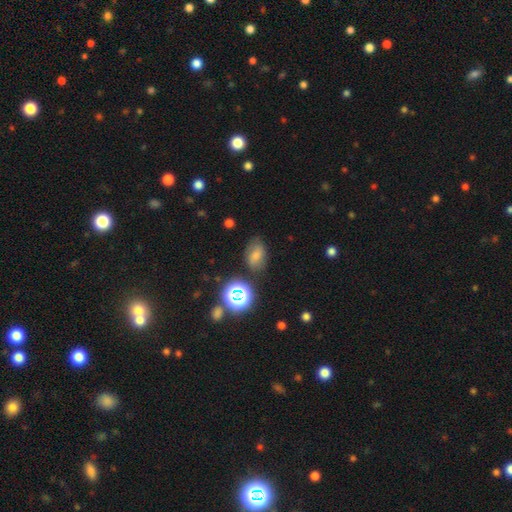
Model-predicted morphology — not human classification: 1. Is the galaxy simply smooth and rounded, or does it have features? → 50% smooth, 34% star or artifact, 16% featured or disk.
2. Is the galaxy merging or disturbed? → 72% none, 18% minor disturbance, 6% major disturbance, 3% merger.